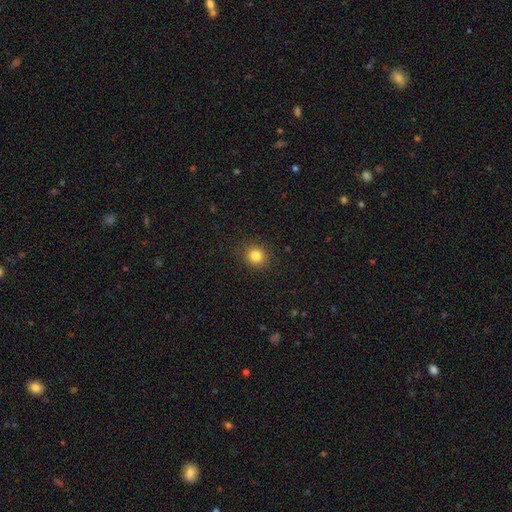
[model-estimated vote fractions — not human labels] A smooth galaxy with no disk features (83%) that is round (87%). Merging: none (90%).